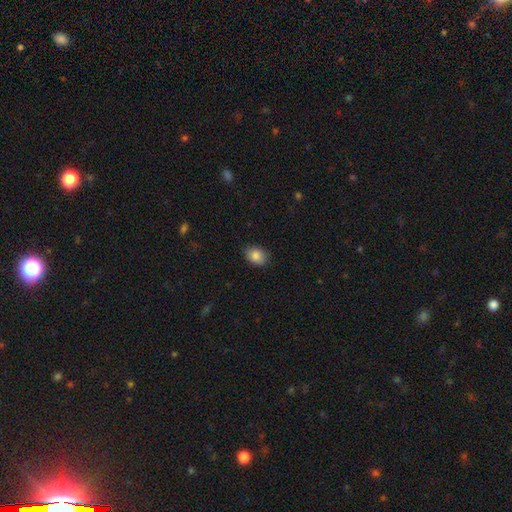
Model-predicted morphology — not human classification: type=smooth (85%); roundness=in between (68%); merging=none (85%).